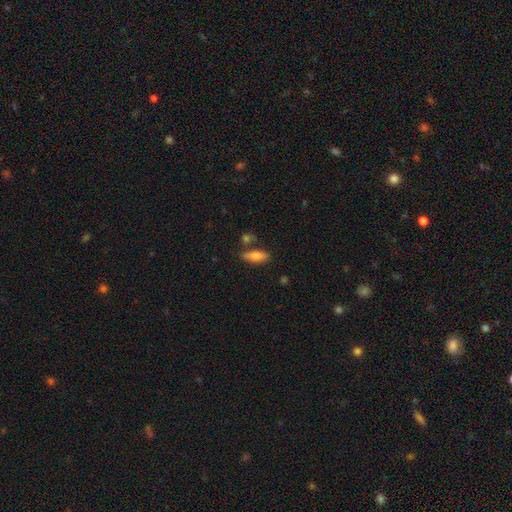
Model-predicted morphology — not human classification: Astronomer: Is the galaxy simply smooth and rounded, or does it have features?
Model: smooth — 74%.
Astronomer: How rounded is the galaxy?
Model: in between — 59% (runner-up: cigar-shaped, 38%).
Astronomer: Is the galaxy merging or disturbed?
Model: none — 73%.